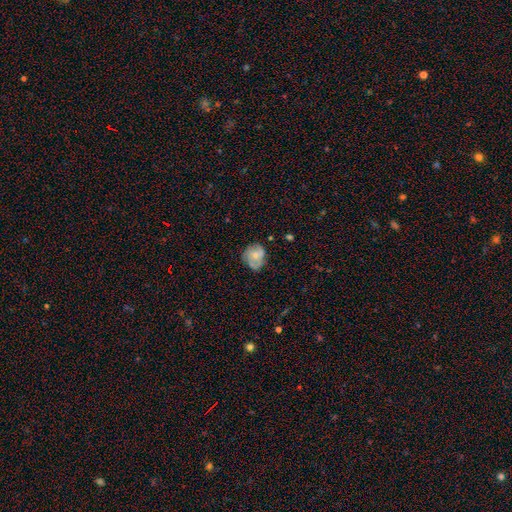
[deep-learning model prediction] This appears to be a smooth galaxy with no disk features (55%) that is round (67%). Merging: none (56%).